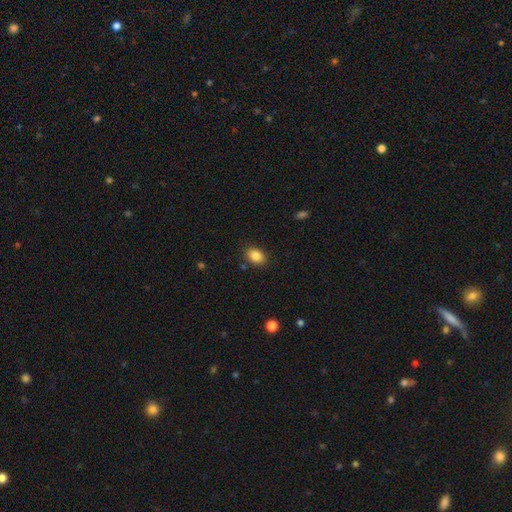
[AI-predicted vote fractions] smooth_or_featured: smooth (p=0.87) [alt: star or artifact p=0.09]
how_rounded: in between (p=0.78) [alt: round p=0.21]
merging: none (p=0.86) [alt: minor disturbance p=0.10]